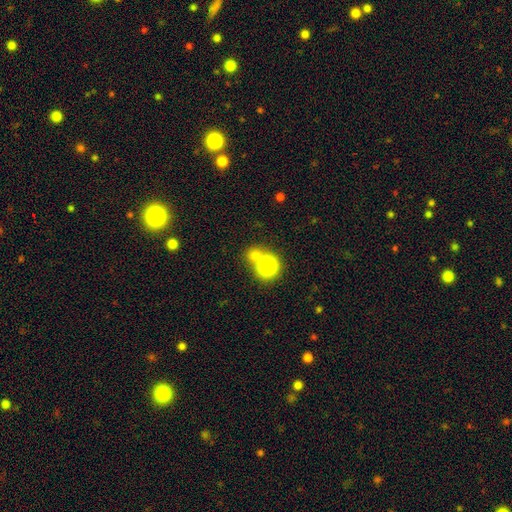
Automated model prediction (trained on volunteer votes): smooth_or_featured: smooth (p=0.69) [alt: star or artifact p=0.23]
how_rounded: round (p=0.83) [alt: in between p=0.15]
merging: none (p=0.57) [alt: merger p=0.31]